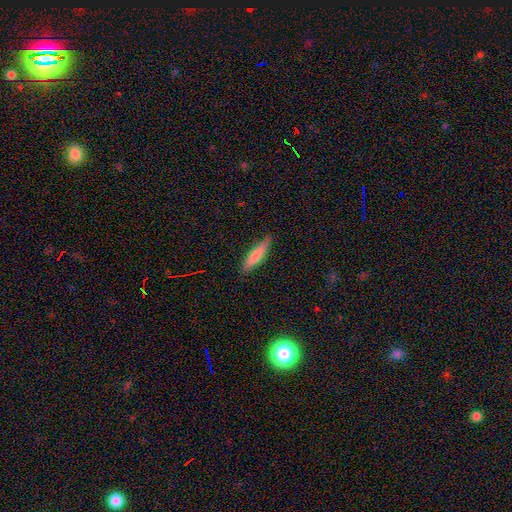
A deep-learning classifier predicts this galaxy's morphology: Smooth or featured? smooth (76%)
How rounded? cigar-shaped (81%)
Merging? none (85%)